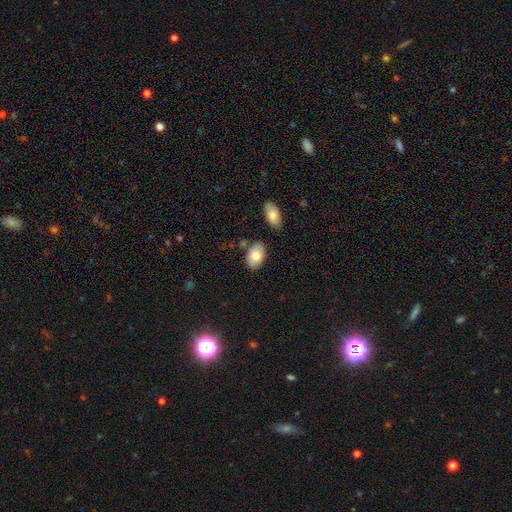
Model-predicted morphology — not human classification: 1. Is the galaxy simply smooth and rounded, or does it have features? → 77% smooth, 17% featured or disk, 6% star or artifact.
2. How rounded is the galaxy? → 91% in between, 8% round, 1% cigar-shaped.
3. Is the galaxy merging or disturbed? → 77% none, 14% minor disturbance, 6% merger, 3% major disturbance.